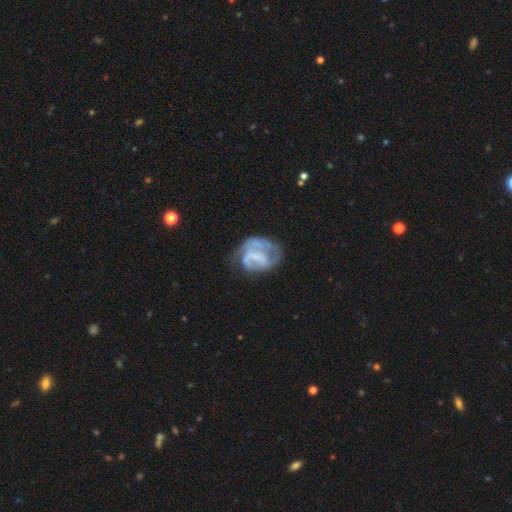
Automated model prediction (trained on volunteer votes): A featured or disk galaxy (63%) with a weak bar (41%), spiral arms (58%) and no central bulge (44%).

Vote fractions:
- Smooth or featured? featured or disk: 63% / smooth: 29% / star or artifact: 8%
- Edge-on disk? no: 97% / yes: 3%
- Bar? weak: 41% / no: 39% / strong: 20%
- Spiral arms? yes: 58% / no: 42%
- Bulge size? none: 44% / small: 34% / moderate: 18% / large: 4% / dominant: 1%
- Merging? none: 40% / major disturbance: 31% / minor disturbance: 26% / merger: 4%